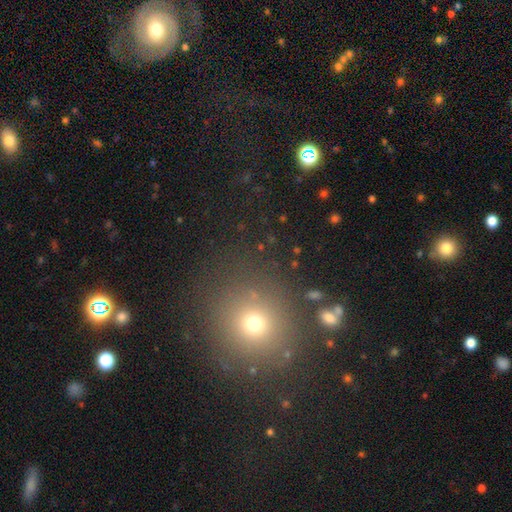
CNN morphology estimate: Smooth or featured: smooth — 57% (star or artifact — 28%)
How rounded: round — 91% (in between — 8%)
Merging: none — 79% (minor disturbance — 9%)